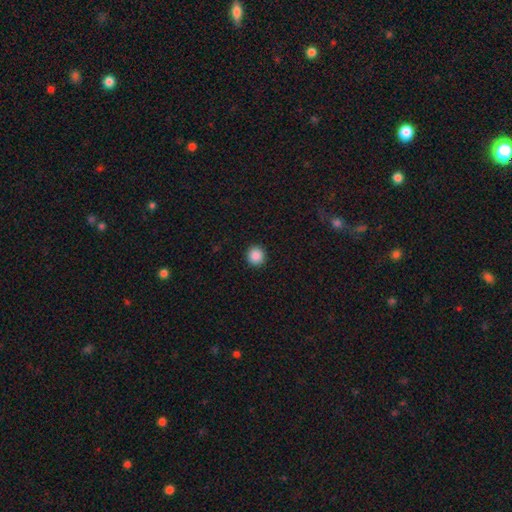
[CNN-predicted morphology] This appears to be a smooth galaxy with no disk features (88%) that is round (94%). Merging: none (93%).